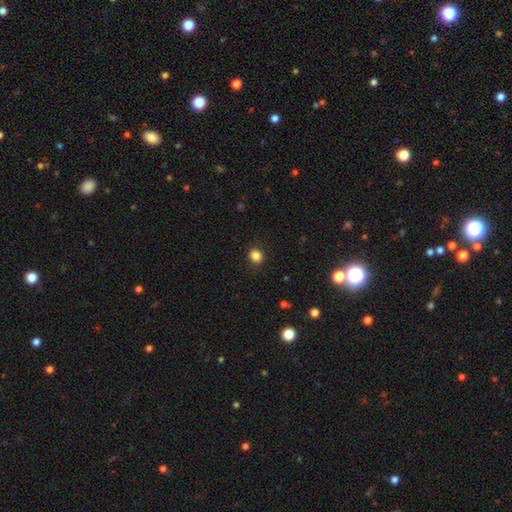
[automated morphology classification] Overall: smooth (84%). How rounded: round (82%). Merging: none (89%).